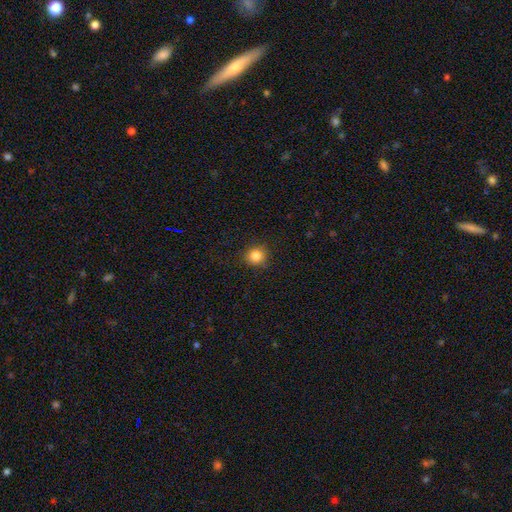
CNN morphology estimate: Overall: smooth (84%). How rounded: round (92%). Merging: none (90%).